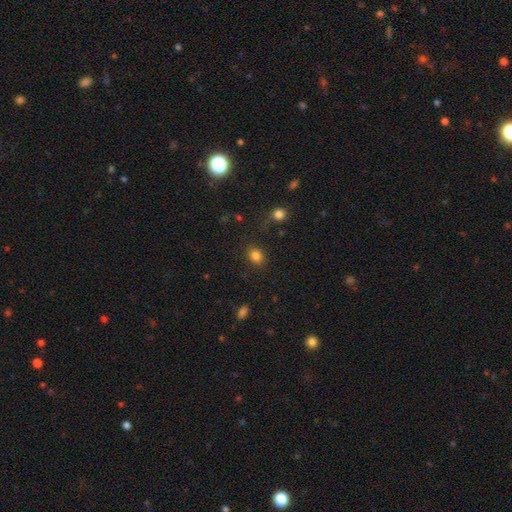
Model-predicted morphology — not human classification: smooth_or_featured: smooth (p=0.83) [alt: star or artifact p=0.12]
how_rounded: in between (p=0.54) [alt: round p=0.45]
merging: none (p=0.82) [alt: minor disturbance p=0.11]